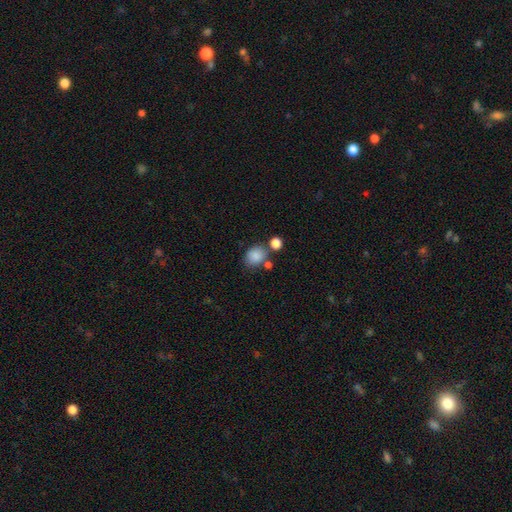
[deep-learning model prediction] Q: Smooth or featured?
A: smooth (85%); runner-up: star or artifact (9%)
Q: How rounded?
A: round (53%); runner-up: in between (46%)
Q: Merging?
A: none (64%); runner-up: merger (16%)